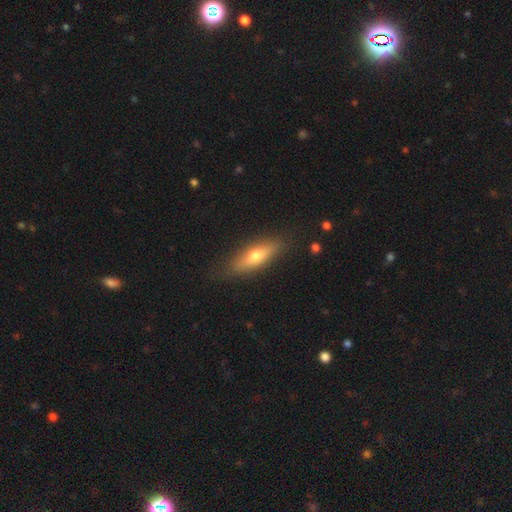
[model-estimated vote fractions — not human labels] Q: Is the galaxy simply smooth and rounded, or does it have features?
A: smooth — 58%.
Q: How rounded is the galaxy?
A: cigar-shaped — 54%.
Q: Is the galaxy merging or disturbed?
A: none — 84%.